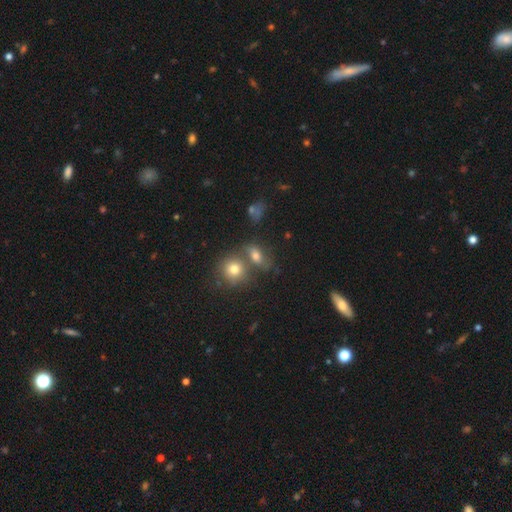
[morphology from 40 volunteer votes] Smooth or featured? smooth (78%)
How rounded? in between (87%)
Merging? merger (59%)